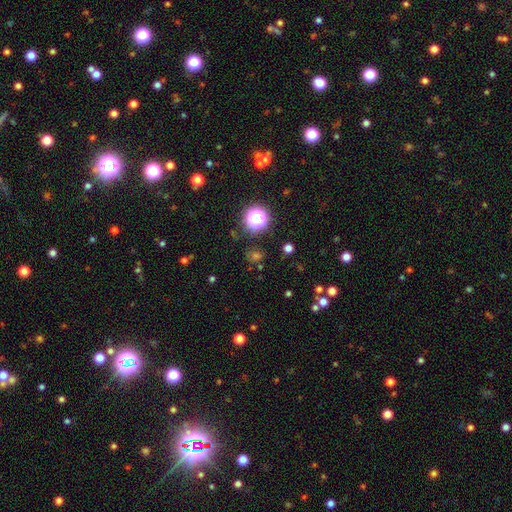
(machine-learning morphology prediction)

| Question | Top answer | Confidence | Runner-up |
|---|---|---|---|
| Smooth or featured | star or artifact | 54% | smooth (39%) |